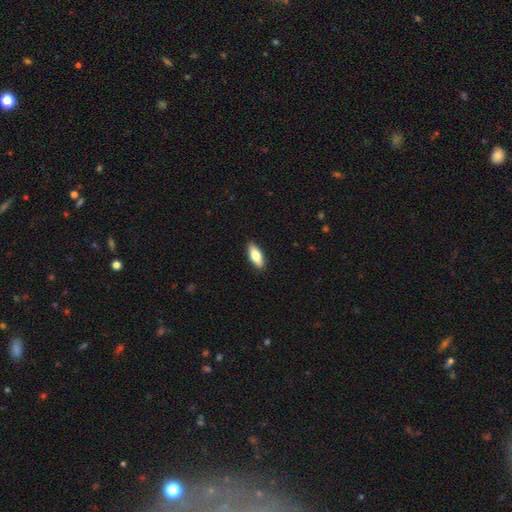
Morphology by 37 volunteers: Smooth or featured: smooth — 78% (featured or disk — 16%)
How rounded: in between — 55% (cigar-shaped — 45%)
Merging: none — 91% (minor disturbance — 3%)